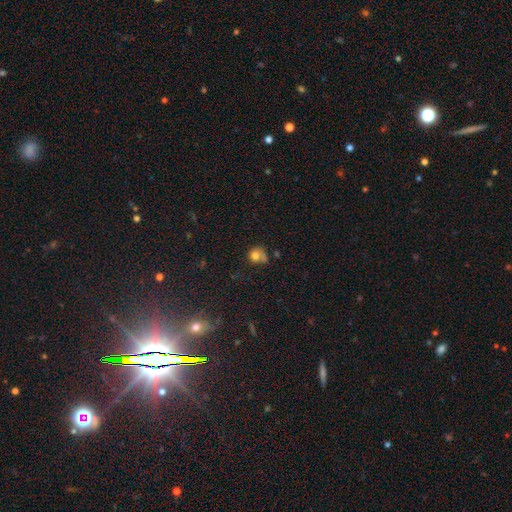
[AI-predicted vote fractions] smooth 75%, featured or disk 13%, star or artifact 12%. Down the decision tree: how rounded — round (75%); merging — none (41%).